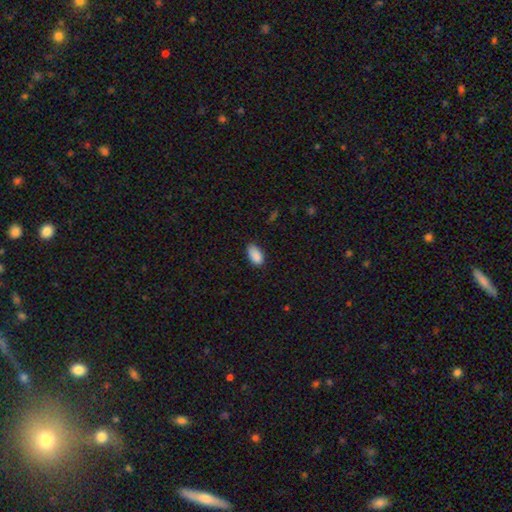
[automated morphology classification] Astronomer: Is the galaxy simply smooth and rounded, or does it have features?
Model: smooth — 89%.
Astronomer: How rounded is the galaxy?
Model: in between — 93%.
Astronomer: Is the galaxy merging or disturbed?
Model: none — 76%.